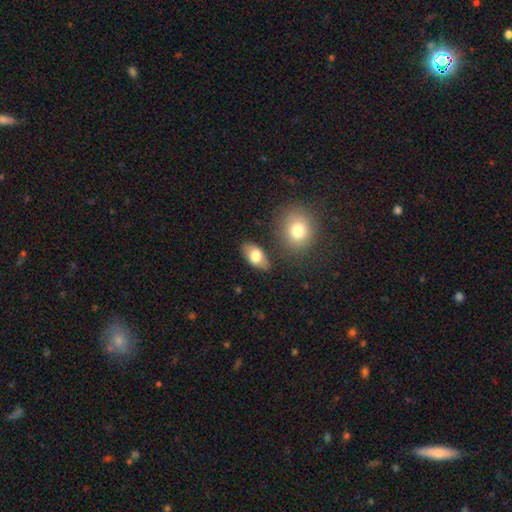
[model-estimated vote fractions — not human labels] This appears to be a smooth galaxy with no disk features (75%) that is in between round and cigar-shaped (90%). Merging: none (79%).